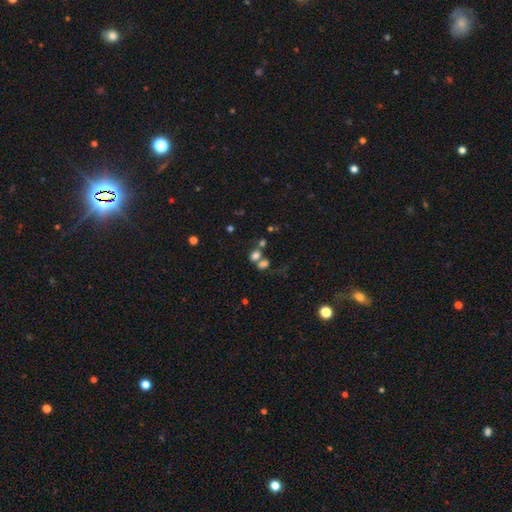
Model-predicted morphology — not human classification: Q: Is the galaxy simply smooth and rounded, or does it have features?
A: smooth — 71%.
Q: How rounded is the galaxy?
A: in between — 62%.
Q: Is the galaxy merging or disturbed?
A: merger — 47%.